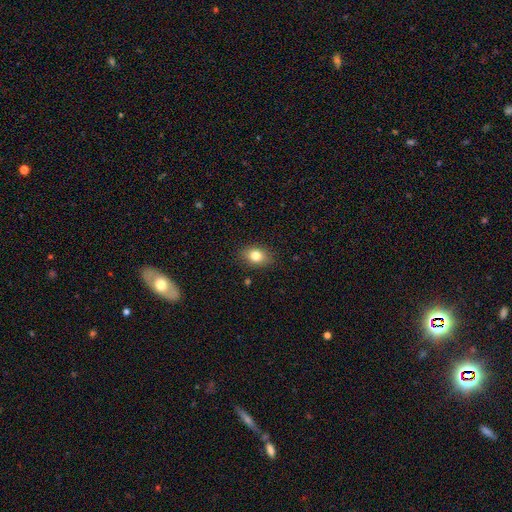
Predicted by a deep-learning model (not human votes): A smooth galaxy with no disk features (82%) that is in between round and cigar-shaped (70%).

Vote fractions:
- Smooth or featured? smooth: 82% / star or artifact: 10% / featured or disk: 9%
- How rounded? in between: 70% / round: 29% / cigar-shaped: 1%
- Merging? none: 86% / minor disturbance: 10% / major disturbance: 2% / merger: 1%